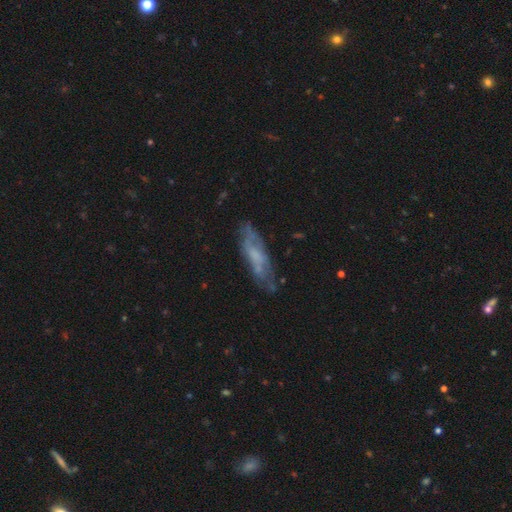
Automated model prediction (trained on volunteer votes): The model was most divided on "smooth or featured": featured or disk: 55%, smooth: 37%, star or artifact: 8%. More confident: merging — none (67%); edge-on disk — no (66%).